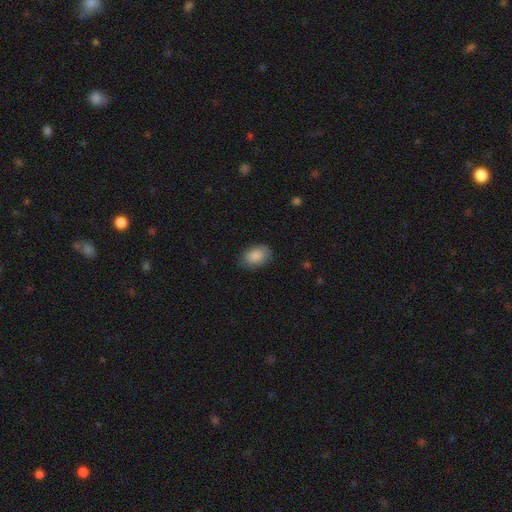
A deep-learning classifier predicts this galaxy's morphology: A smooth galaxy with no disk features (87%) that is in between round and cigar-shaped (86%). Merging: none (78%).